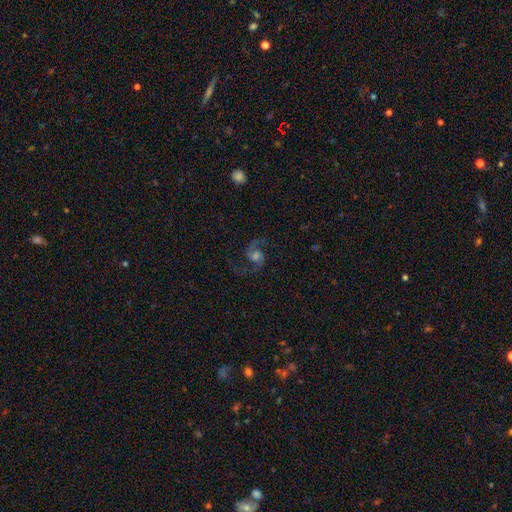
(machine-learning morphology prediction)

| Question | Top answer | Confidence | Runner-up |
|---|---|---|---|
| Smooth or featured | featured or disk | 86% | star or artifact (7%) |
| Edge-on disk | no | 98% | yes (2%) |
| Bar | no | 58% | weak (34%) |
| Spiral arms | yes | 97% | no (3%) |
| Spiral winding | loose | 49% | medium (44%) |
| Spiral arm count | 2 | 94% | 1 (2%) |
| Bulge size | moderate | 53% | small (21%) |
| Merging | none | 78% | minor disturbance (12%) |